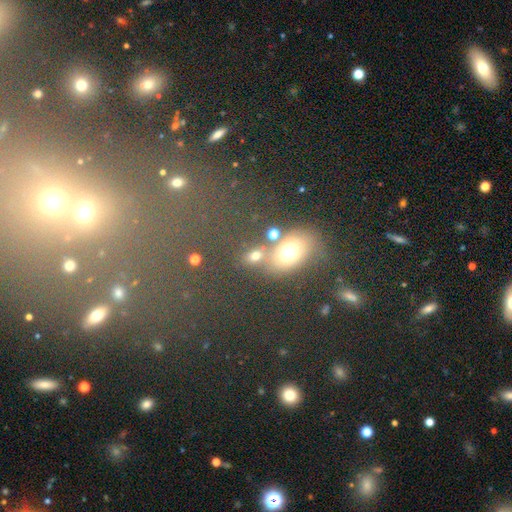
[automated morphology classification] This is likely a smooth galaxy (69%). How rounded: possibly in between (58%). Merging: possibly none (56%).